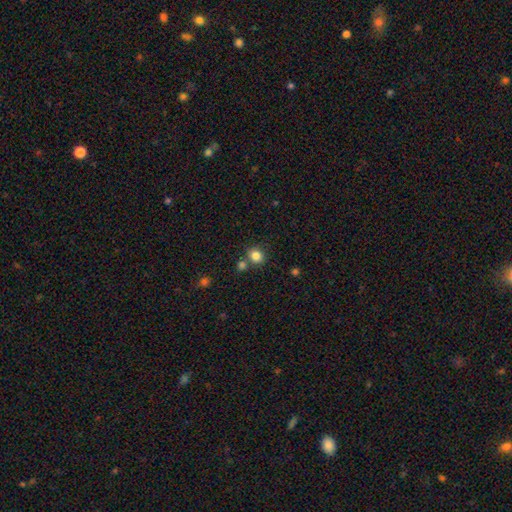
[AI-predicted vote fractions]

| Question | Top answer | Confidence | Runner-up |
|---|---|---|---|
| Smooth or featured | smooth | 83% | star or artifact (11%) |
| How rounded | round | 73% | in between (26%) |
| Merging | none | 70% | merger (17%) |